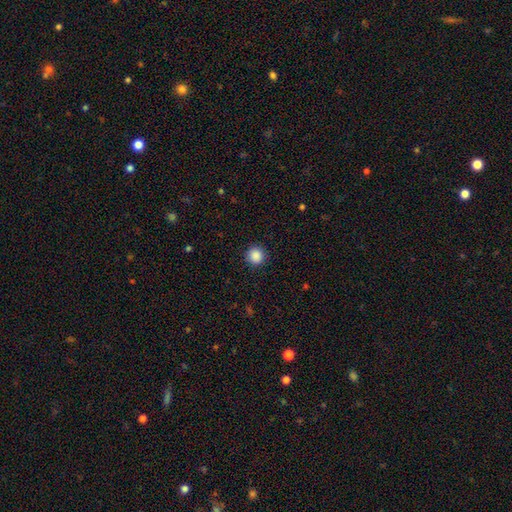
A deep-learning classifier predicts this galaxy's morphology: The model was most divided on "smooth or featured": smooth: 88%, star or artifact: 10%, featured or disk: 3%. More confident: how rounded — round (94%); merging — none (92%).